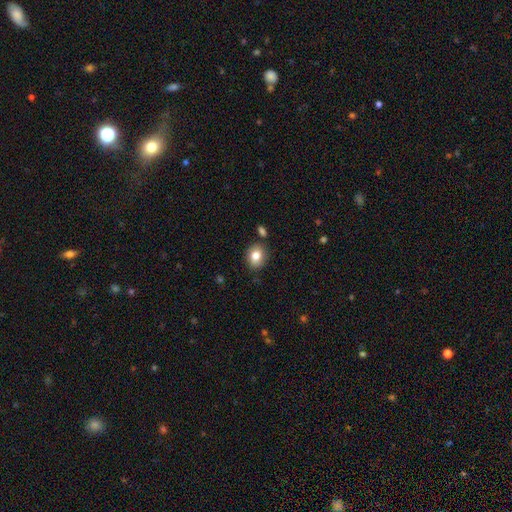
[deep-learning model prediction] A smooth galaxy with no disk features (81%) that is round (61%).

Vote fractions:
- Smooth or featured? smooth: 81% / featured or disk: 10% / star or artifact: 9%
- How rounded? round: 61% / in between: 38% / cigar-shaped: 1%
- Merging? none: 83% / minor disturbance: 10% / merger: 4% / major disturbance: 2%